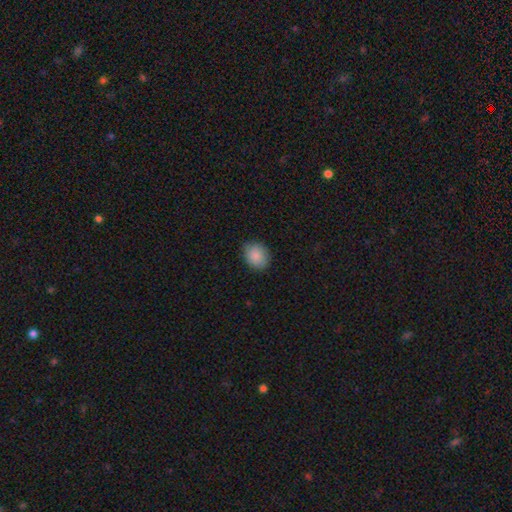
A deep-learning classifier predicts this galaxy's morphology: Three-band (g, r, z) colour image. It shows a smooth galaxy with no disk features (89%) that is round (50%). Merging: none (85%).